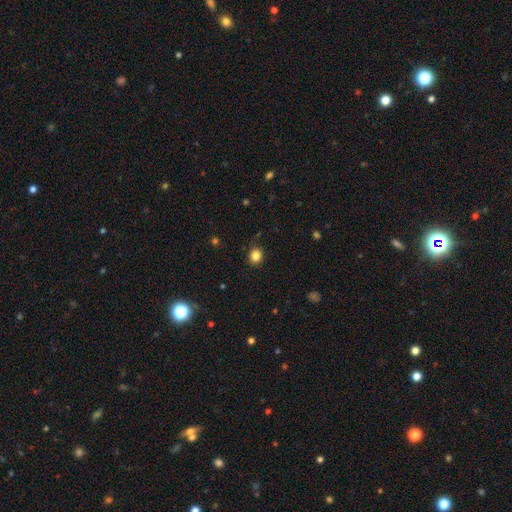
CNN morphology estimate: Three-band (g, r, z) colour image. It shows a smooth galaxy with no disk features (84%) that is round (77%). Merging: none (85%).